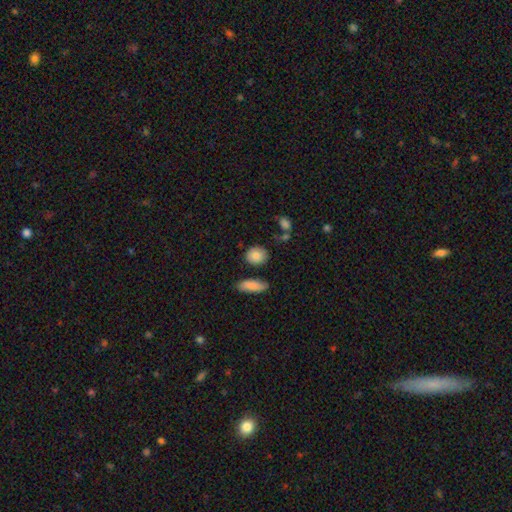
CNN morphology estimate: The model was most divided on "how rounded": round: 60%, in between: 38%, cigar-shaped: 2%. More confident: smooth or featured — smooth (86%); merging — none (79%).